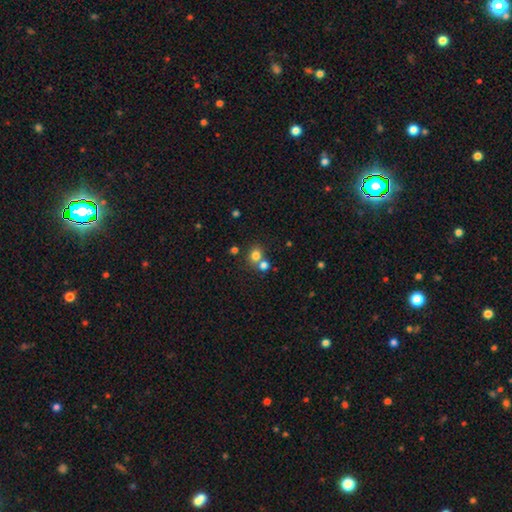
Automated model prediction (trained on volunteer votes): This is likely a smooth galaxy (77%). How rounded: likely round (77%). Merging: possibly none (54%).